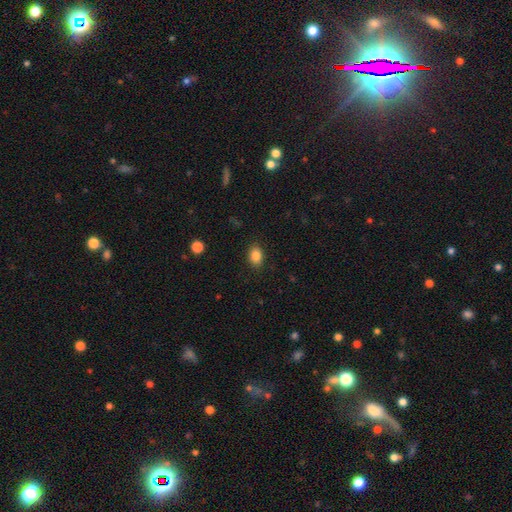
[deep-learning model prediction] A smooth galaxy with no disk features (86%) that is in between round and cigar-shaped (76%).

Vote fractions:
- Smooth or featured? smooth: 86% / star or artifact: 9% / featured or disk: 5%
- How rounded? in between: 76% / round: 23% / cigar-shaped: 1%
- Merging? none: 88% / minor disturbance: 9% / major disturbance: 2% / merger: 1%